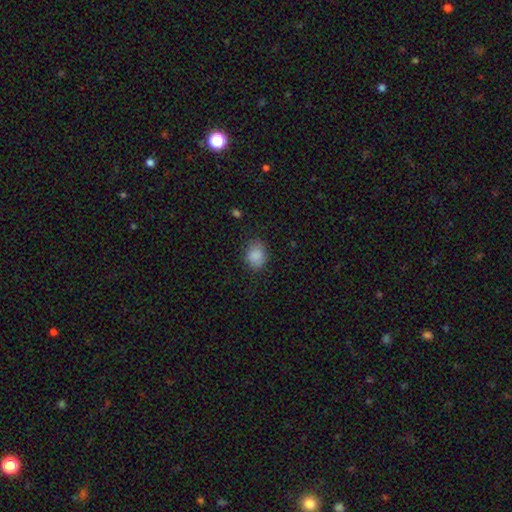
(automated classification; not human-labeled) Q: Smooth or featured?
A: smooth (87%); runner-up: star or artifact (8%)
Q: How rounded?
A: round (54%); runner-up: in between (45%)
Q: Merging?
A: none (77%); runner-up: minor disturbance (17%)